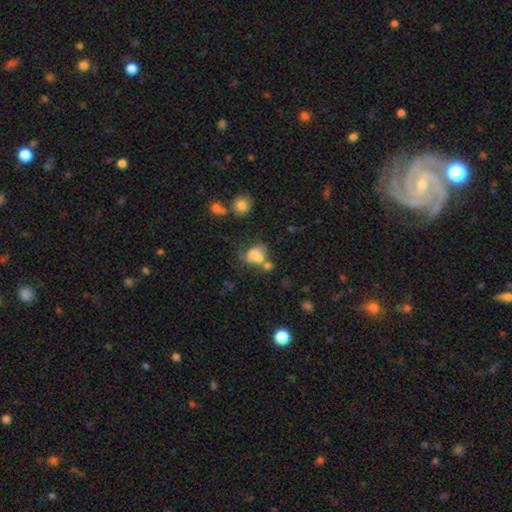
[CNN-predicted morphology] smooth_or_featured: smooth (p=0.67) [alt: featured or disk p=0.20]
how_rounded: in between (p=0.52) [alt: round p=0.46]
merging: merger (p=0.43) [alt: none p=0.26]